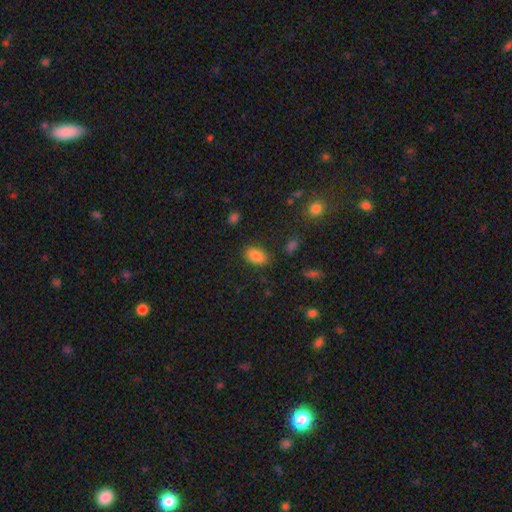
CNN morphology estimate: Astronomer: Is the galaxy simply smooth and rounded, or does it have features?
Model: smooth — 85%.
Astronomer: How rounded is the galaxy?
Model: in between — 89%.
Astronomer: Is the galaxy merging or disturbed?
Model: none — 82%.